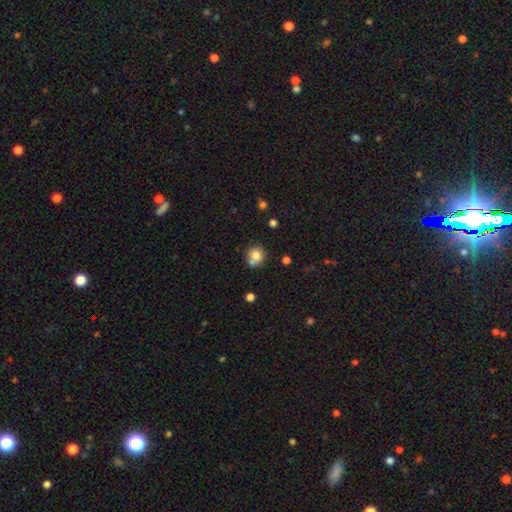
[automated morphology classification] Q: Smooth or featured?
A: smooth (78%); runner-up: featured or disk (11%)
Q: How rounded?
A: round (87%); runner-up: in between (12%)
Q: Merging?
A: none (61%); runner-up: merger (22%)